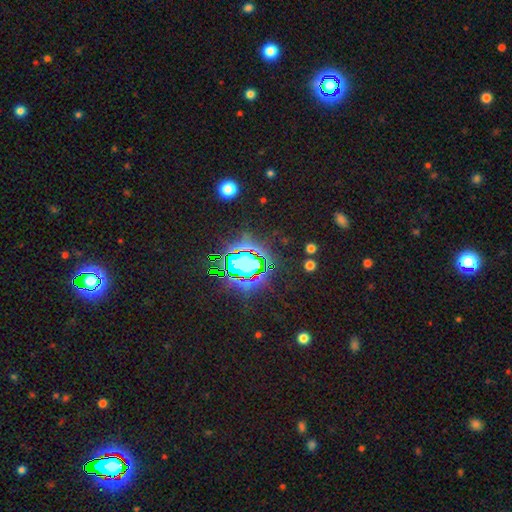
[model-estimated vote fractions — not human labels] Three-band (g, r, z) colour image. It shows a star or artifact, not a galaxy (73%).